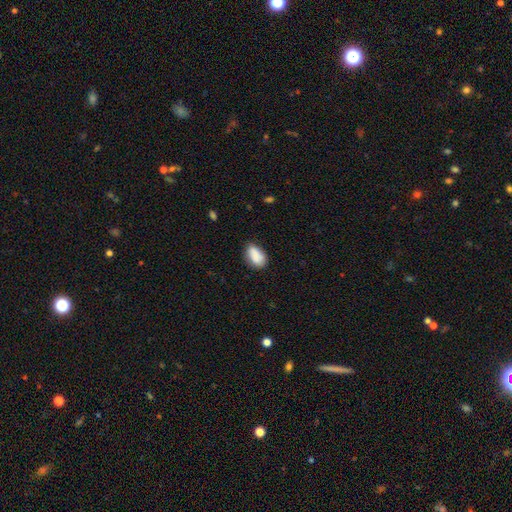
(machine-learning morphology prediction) Smooth or featured? Predicted: smooth (p=0.87). How rounded? Predicted: in between (p=0.91). Merging? Predicted: none (p=0.70).